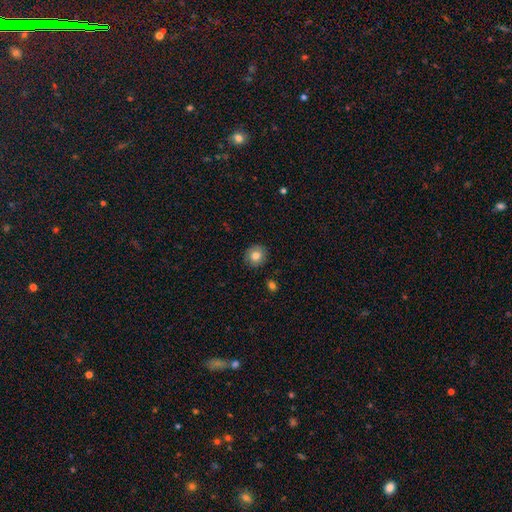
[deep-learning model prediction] smooth_or_featured: smooth (p=0.80) [alt: featured or disk p=0.11]
how_rounded: round (p=0.87) [alt: in between p=0.12]
merging: none (p=0.88) [alt: minor disturbance p=0.09]